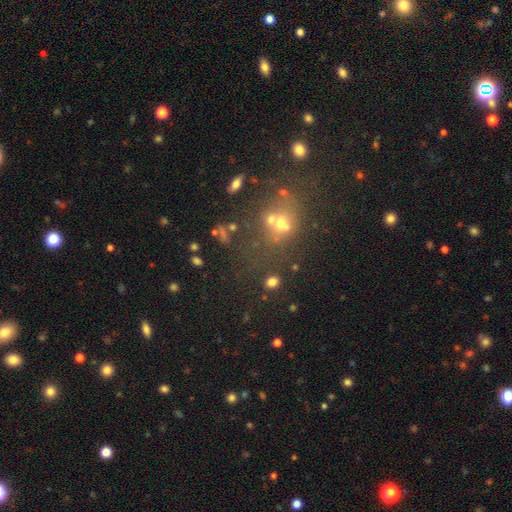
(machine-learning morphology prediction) smooth-or-featured: star or artifact: 45% | smooth: 40% | featured or disk: 16%